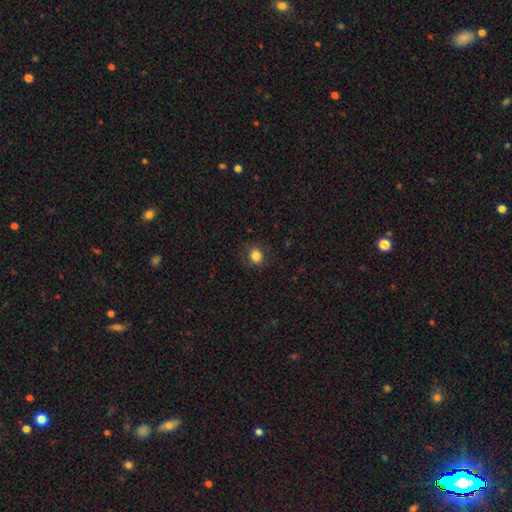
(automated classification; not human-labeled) This appears to be a smooth galaxy with no disk features (84%) that is round (65%). Merging: none (83%).